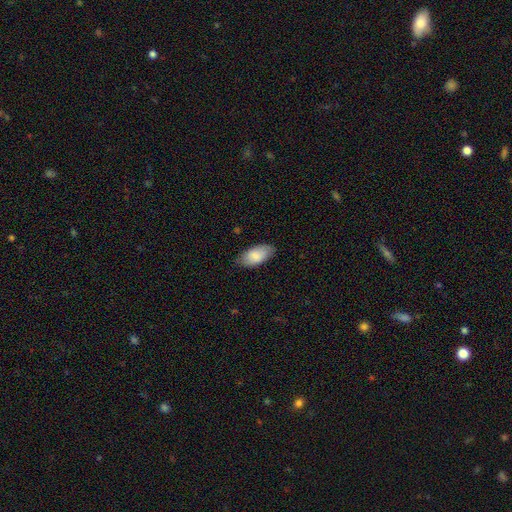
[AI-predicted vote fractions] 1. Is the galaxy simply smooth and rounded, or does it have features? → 85% smooth, 9% featured or disk, 6% star or artifact.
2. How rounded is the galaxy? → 94% in between, 4% cigar-shaped, 2% round.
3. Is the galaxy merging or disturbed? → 79% none, 17% minor disturbance, 3% major disturbance, 1% merger.